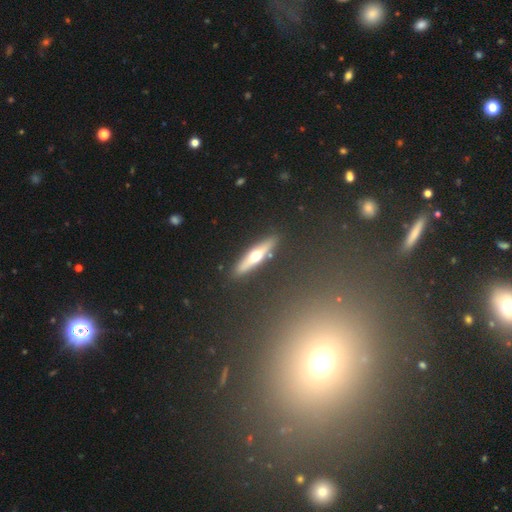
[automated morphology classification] This appears to be a featured or disk galaxy (56%) viewed edge-on (90%). Merging: none (87%).